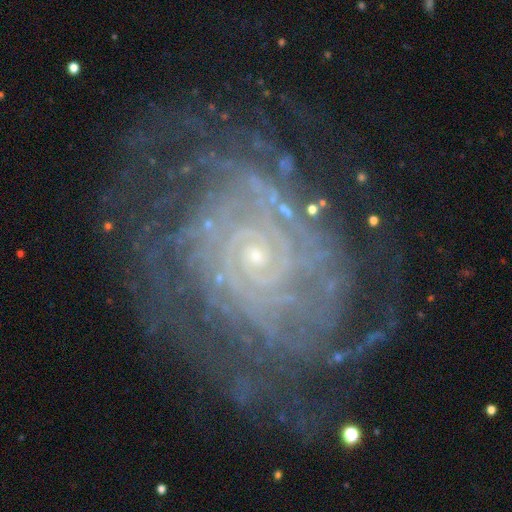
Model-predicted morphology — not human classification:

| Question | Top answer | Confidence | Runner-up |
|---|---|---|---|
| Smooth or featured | featured or disk | 86% | star or artifact (7%) |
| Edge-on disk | no | 97% | yes (3%) |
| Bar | no | 80% | weak (15%) |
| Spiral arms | yes | 95% | no (5%) |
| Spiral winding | tight | 75% | medium (19%) |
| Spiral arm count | can't tell | 33% | more than 4 (22%) |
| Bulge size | small | 86% | moderate (8%) |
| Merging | none | 72% | minor disturbance (16%) |